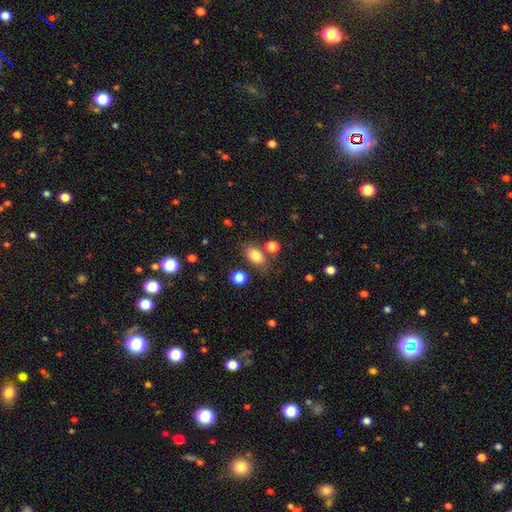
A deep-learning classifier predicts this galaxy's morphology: Q: Smooth or featured?
A: smooth (82%); runner-up: star or artifact (10%)
Q: How rounded?
A: in between (85%); runner-up: round (13%)
Q: Merging?
A: none (71%); runner-up: minor disturbance (14%)